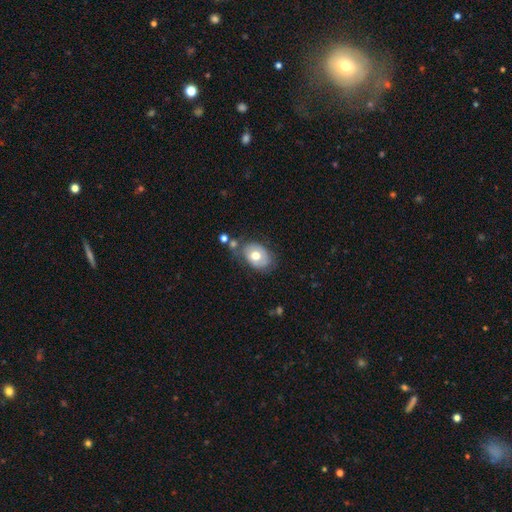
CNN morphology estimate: type=smooth (59%); roundness=in between (75%); merging=none (57%).